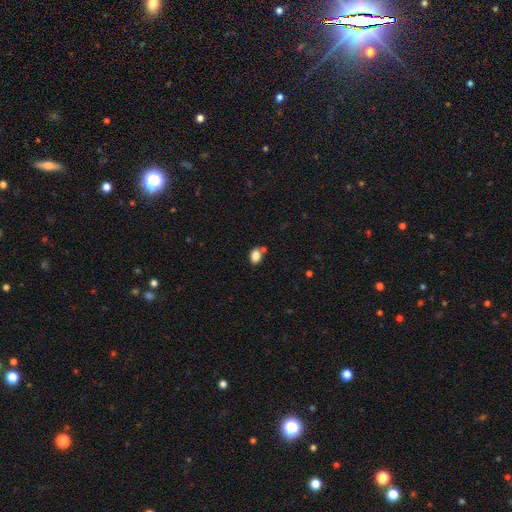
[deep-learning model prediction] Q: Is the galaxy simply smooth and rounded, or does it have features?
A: smooth — 84%.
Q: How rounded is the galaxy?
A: in between — 78%.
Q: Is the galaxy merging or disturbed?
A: none — 68%.